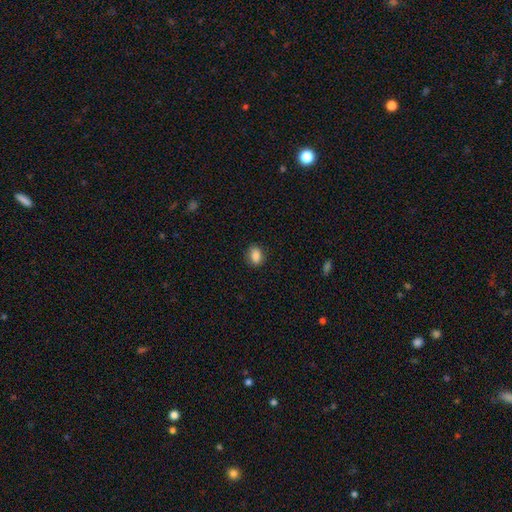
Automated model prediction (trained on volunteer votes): This is clearly a smooth galaxy (86%). How rounded: likely in between (63%). Merging: clearly none (85%).